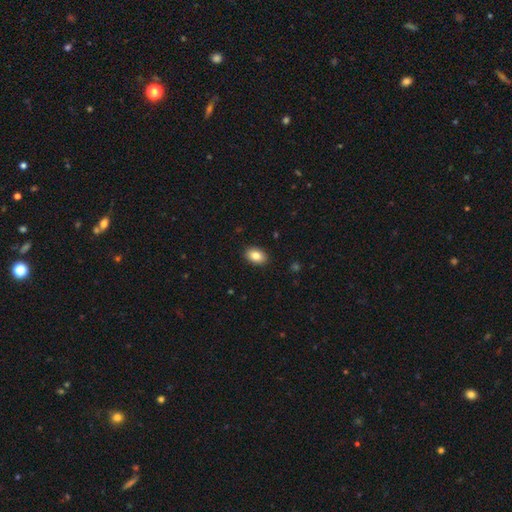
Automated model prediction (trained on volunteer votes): A smooth galaxy with no disk features (86%) that is in between round and cigar-shaped (86%). Merging: none (90%).